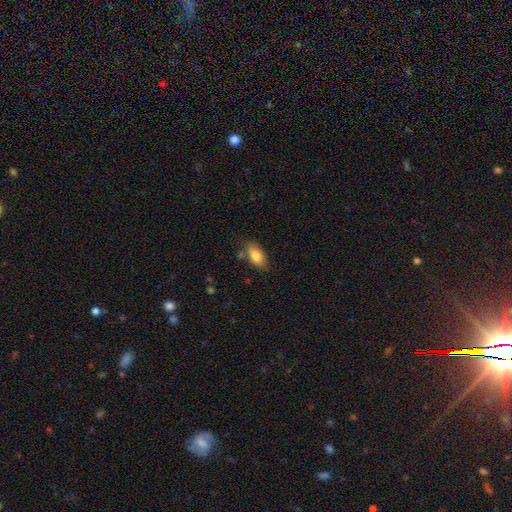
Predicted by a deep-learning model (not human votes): The model was most divided on "merging": none: 73%, minor disturbance: 18%, merger: 5%, major disturbance: 4%. More confident: how rounded — in between (89%); smooth or featured — smooth (81%).